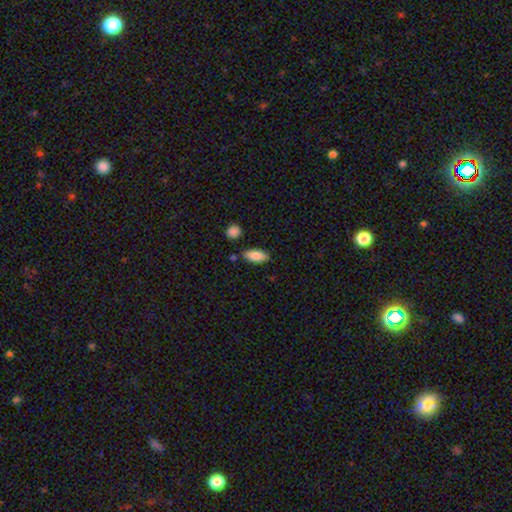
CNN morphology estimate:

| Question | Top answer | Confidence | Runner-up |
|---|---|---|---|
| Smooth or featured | smooth | 85% | featured or disk (8%) |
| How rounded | in between | 78% | cigar-shaped (20%) |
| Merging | none | 81% | minor disturbance (12%) |